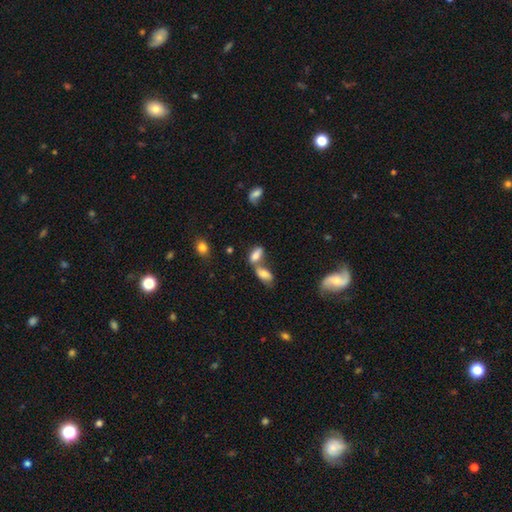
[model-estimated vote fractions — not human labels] Smooth or featured? smooth (75%)
How rounded? in between (84%)
Merging? merger (52%)